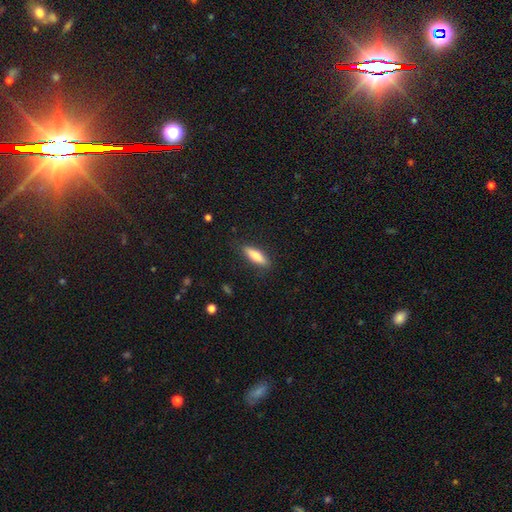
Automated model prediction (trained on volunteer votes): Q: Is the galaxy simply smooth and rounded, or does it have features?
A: smooth — 75%.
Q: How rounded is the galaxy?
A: cigar-shaped — 57%.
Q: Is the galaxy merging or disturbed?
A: none — 86%.